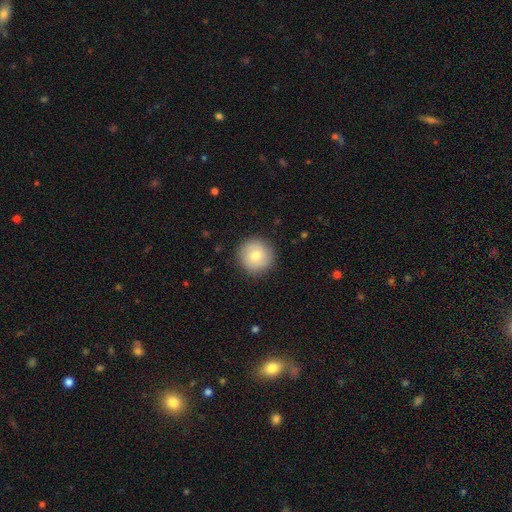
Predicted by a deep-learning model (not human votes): Smooth or featured? smooth (74%)
How rounded? round (95%)
Merging? none (89%)